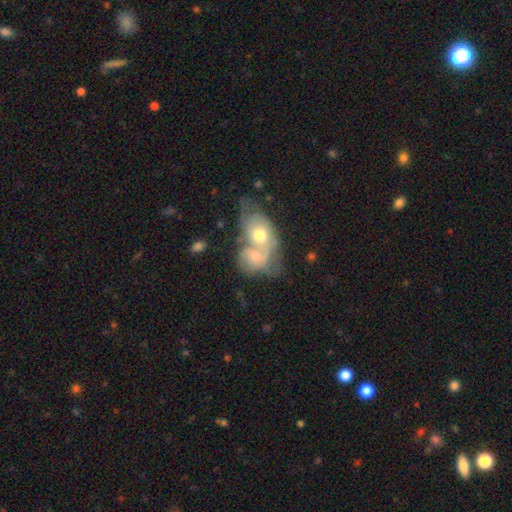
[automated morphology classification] Overall: featured or disk (52%; smooth 40%). Edge-on disk: no (95%). Bar: no (78%). Spiral arms: yes (65%; no 35%). Bulge size: moderate (67%). Merging: merger (78%).